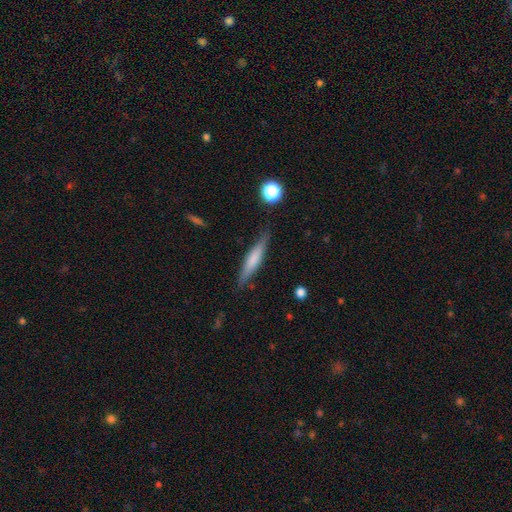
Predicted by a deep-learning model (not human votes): Overall: smooth (51%; featured or disk 42%). How rounded: cigar-shaped (89%). Merging: none (86%).